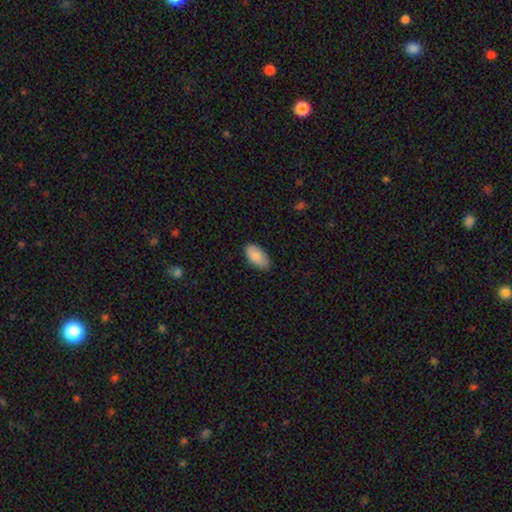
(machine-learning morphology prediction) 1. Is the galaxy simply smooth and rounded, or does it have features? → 87% smooth, 7% featured or disk, 6% star or artifact.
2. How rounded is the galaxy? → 94% in between, 3% cigar-shaped, 2% round.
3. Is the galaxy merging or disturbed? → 79% none, 18% minor disturbance, 2% major disturbance, 1% merger.